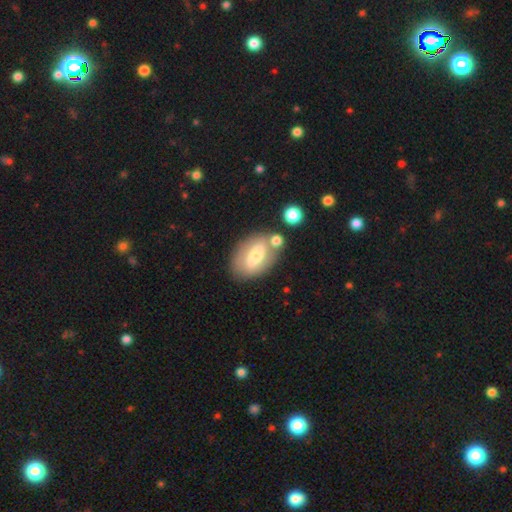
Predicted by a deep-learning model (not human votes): This appears to be a smooth galaxy with no disk features (53%) that is in between round and cigar-shaped (88%). Merging: none (60%).